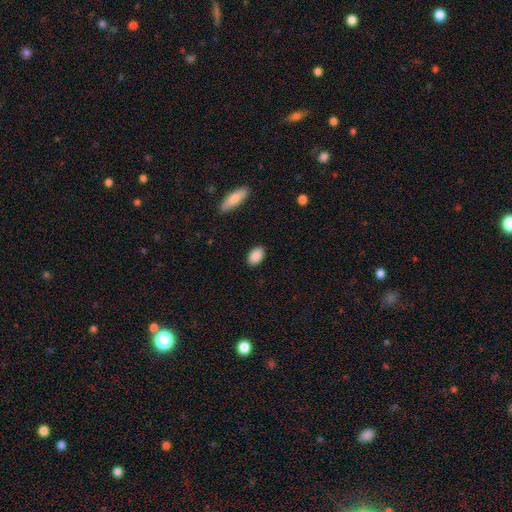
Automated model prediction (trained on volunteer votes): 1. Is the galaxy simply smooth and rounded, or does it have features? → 89% smooth, 7% star or artifact, 4% featured or disk.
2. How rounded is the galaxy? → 87% in between, 11% round, 2% cigar-shaped.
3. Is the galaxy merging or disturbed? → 88% none, 8% minor disturbance, 2% major disturbance, 1% merger.